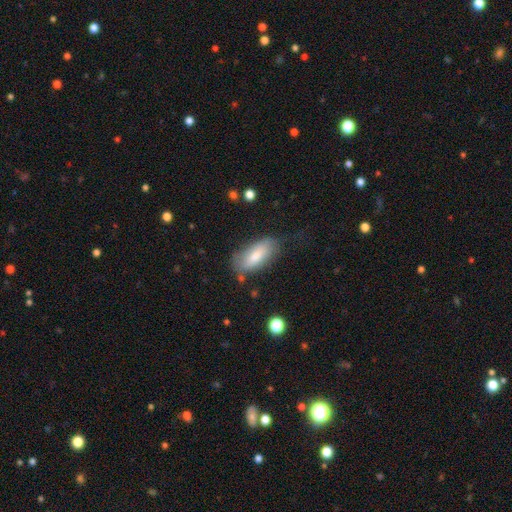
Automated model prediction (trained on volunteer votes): Q: Smooth or featured?
A: smooth (74%); runner-up: featured or disk (19%)
Q: How rounded?
A: in between (83%); runner-up: cigar-shaped (15%)
Q: Merging?
A: none (66%); runner-up: minor disturbance (23%)